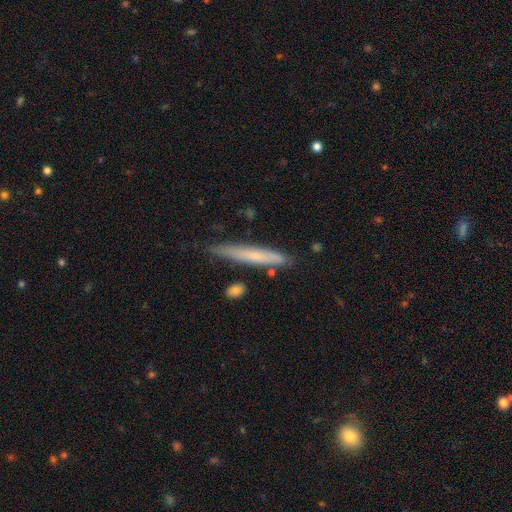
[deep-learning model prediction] Smooth or featured: smooth — 59% (featured or disk — 35%)
How rounded: cigar-shaped — 95% (in between — 4%)
Merging: none — 79% (minor disturbance — 15%)